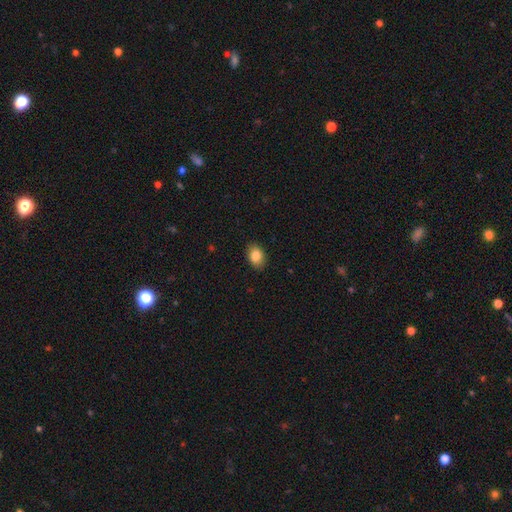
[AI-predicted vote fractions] Smooth or featured? Predicted: smooth (p=0.85). How rounded? Predicted: in between (p=0.77). Merging? Predicted: none (p=0.88).